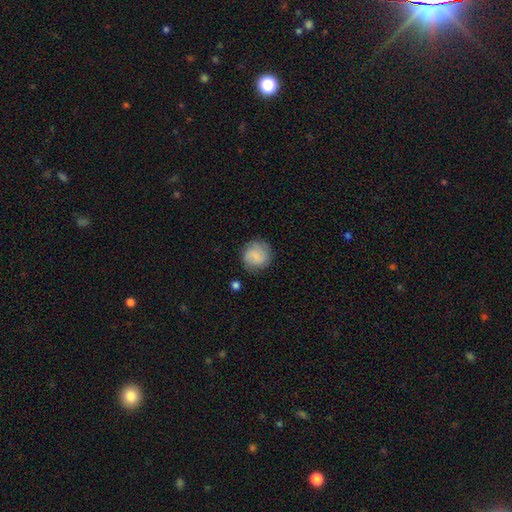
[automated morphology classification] Smooth or featured? Predicted: smooth (p=0.76). How rounded? Predicted: round (p=0.88). Merging? Predicted: none (p=0.77).